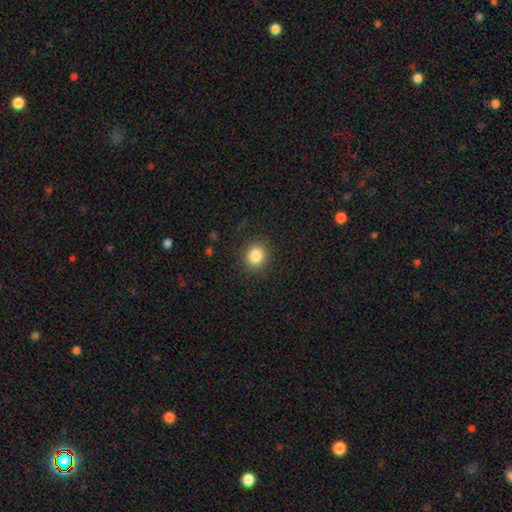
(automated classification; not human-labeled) Overall: smooth (84%). How rounded: round (81%). Merging: none (88%).